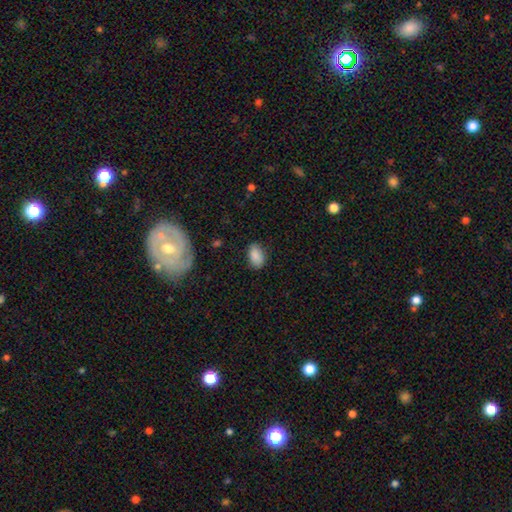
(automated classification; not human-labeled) smooth_or_featured: smooth (p=0.87) [alt: star or artifact p=0.08]
how_rounded: in between (p=0.91) [alt: round p=0.08]
merging: none (p=0.81) [alt: minor disturbance p=0.14]